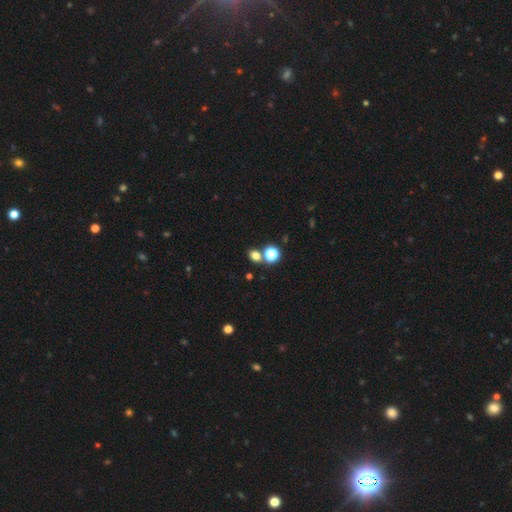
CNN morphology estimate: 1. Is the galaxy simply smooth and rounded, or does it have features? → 73% smooth, 20% star or artifact, 6% featured or disk.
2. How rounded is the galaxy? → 54% round, 45% in between, 1% cigar-shaped.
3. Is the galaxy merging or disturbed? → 67% none, 22% merger, 8% minor disturbance, 3% major disturbance.